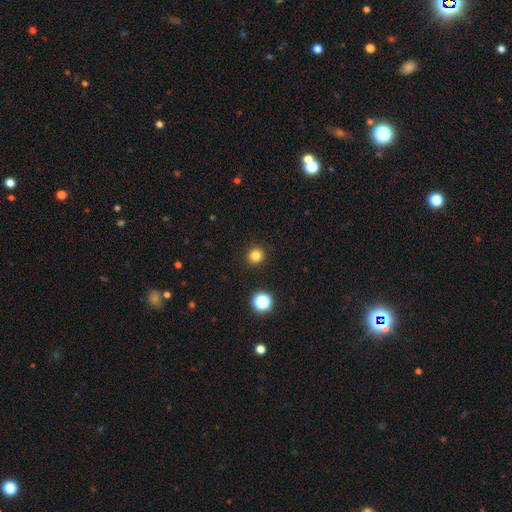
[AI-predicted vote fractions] Smooth or featured?
  - smooth: 81% *
  - star or artifact: 14%
  - featured or disk: 5%
How rounded?
  - round: 90% *
  - in between: 9%
  - cigar-shaped: 1%
Merging?
  - none: 92% *
  - minor disturbance: 5%
  - major disturbance: 2%
  - merger: 1%